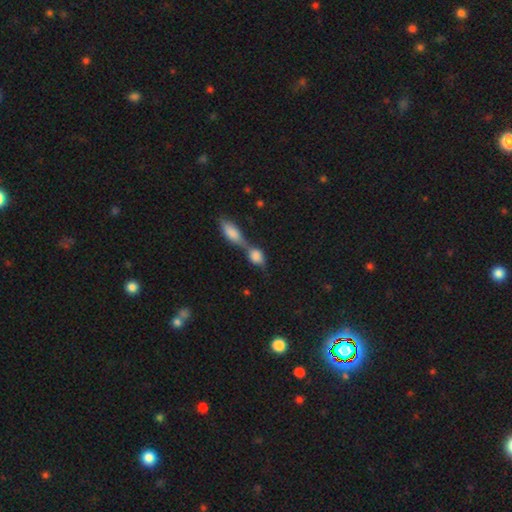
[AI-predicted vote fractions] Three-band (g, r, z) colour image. It shows a smooth galaxy with no disk features (70%) that is in between round and cigar-shaped (58%). Merging: merger (70%).